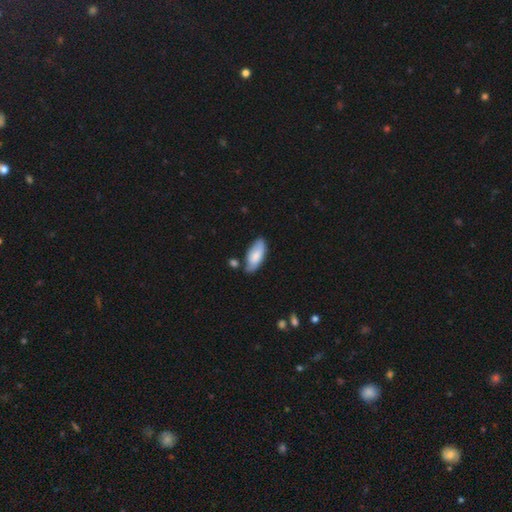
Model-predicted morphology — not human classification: Smooth or featured?
  - smooth: 77% *
  - featured or disk: 17%
  - star or artifact: 6%
How rounded?
  - in between: 85% *
  - cigar-shaped: 13%
  - round: 2%
Merging?
  - none: 66% *
  - minor disturbance: 23%
  - merger: 7%
  - major disturbance: 4%